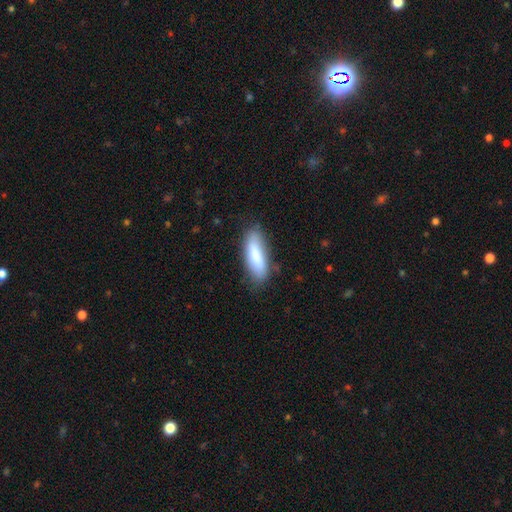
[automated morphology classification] Smooth or featured: smooth — 82% (featured or disk — 12%)
How rounded: cigar-shaped — 49% (tied with in between — 49%)
Merging: none — 78% (minor disturbance — 17%)